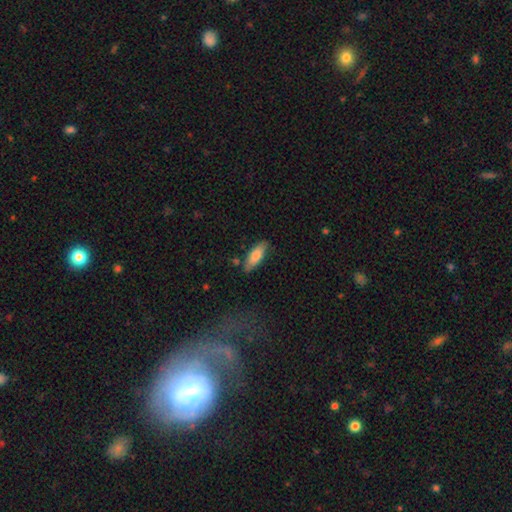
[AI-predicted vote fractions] Morphology: type=smooth (79%); roundness=in between (65%); merging=none (76%).